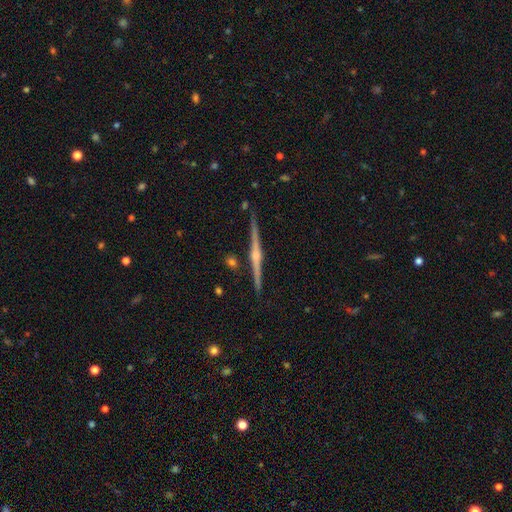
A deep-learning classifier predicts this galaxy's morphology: featured or disk 86%, smooth 9%, star or artifact 5%. Down the decision tree: edge-on disk — yes (99%); edge-on bulge — rounded (85%); merging — none (90%).